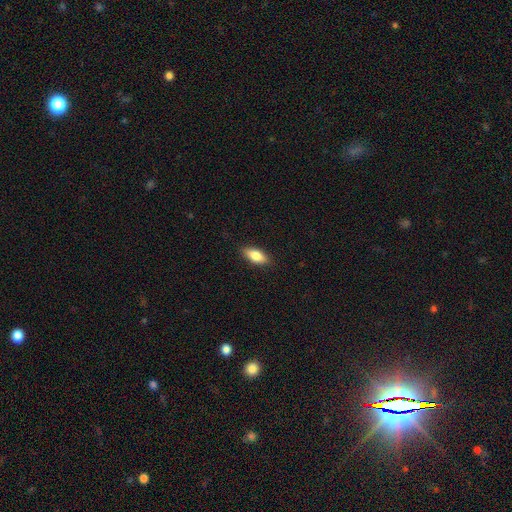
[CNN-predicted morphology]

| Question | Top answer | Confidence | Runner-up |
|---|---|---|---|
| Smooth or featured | smooth | 78% | featured or disk (15%) |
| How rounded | in between | 81% | cigar-shaped (15%) |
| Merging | none | 88% | minor disturbance (9%) |